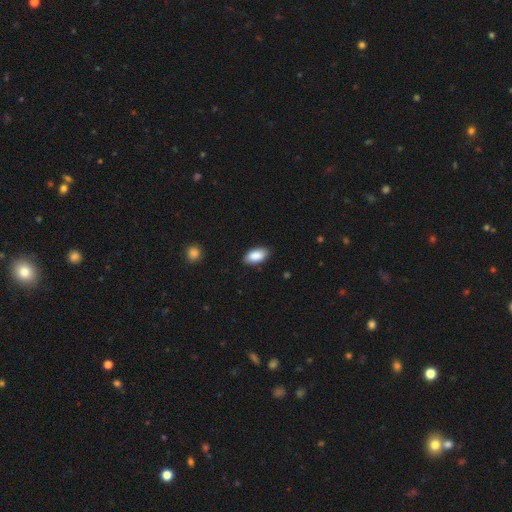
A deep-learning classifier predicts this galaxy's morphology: smooth-or-featured: smooth: 89% | star or artifact: 6% | featured or disk: 5%
  how-rounded: in between: 94% | cigar-shaped: 3% | round: 3%
  merging: none: 86% | minor disturbance: 11% | major disturbance: 2% | merger: 1%